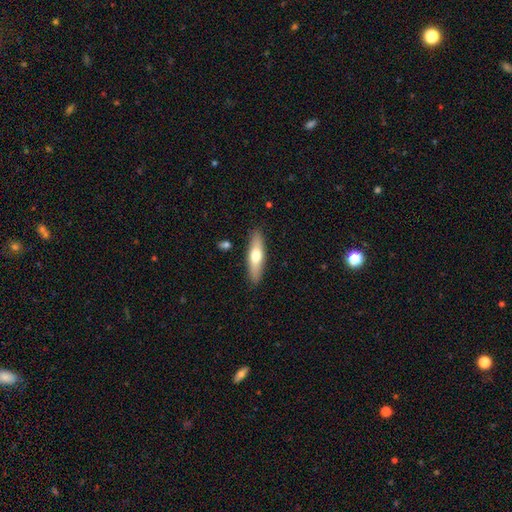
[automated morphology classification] A smooth galaxy with no disk features (58%) that is cigar-shaped (66%). Merging: none (89%).